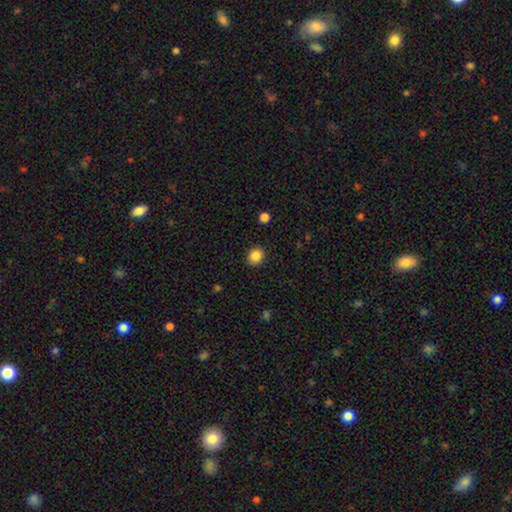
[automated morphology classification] Smooth or featured? Predicted: smooth (p=0.86). How rounded? Predicted: round (p=0.73). Merging? Predicted: none (p=0.89).